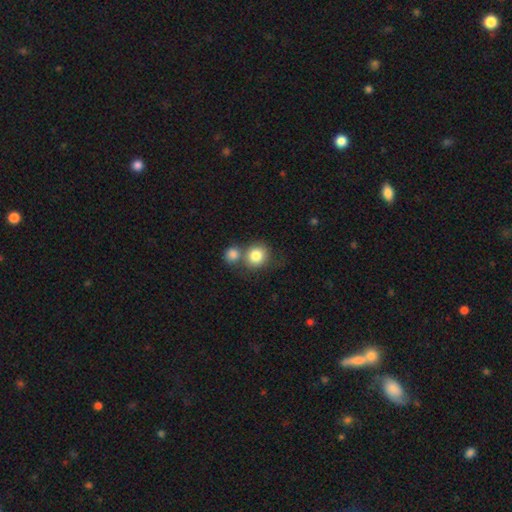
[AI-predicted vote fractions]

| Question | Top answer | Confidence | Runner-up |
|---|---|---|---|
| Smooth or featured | smooth | 82% | featured or disk (9%) |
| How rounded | round | 84% | in between (15%) |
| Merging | none | 45% | merger (41%) |